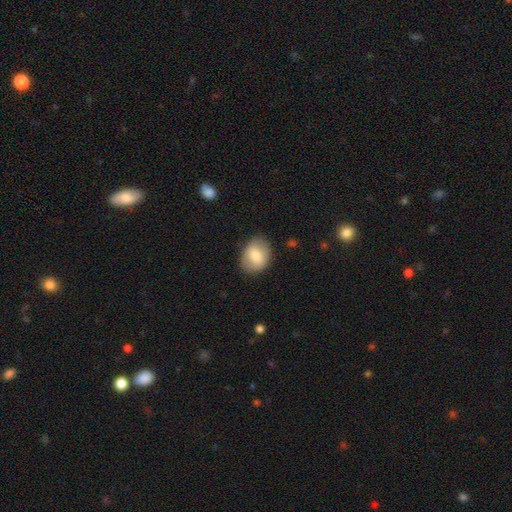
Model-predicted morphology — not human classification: Smooth or featured? Predicted: smooth (p=0.72). How rounded? Predicted: in between (p=0.63). Merging? Predicted: none (p=0.82).